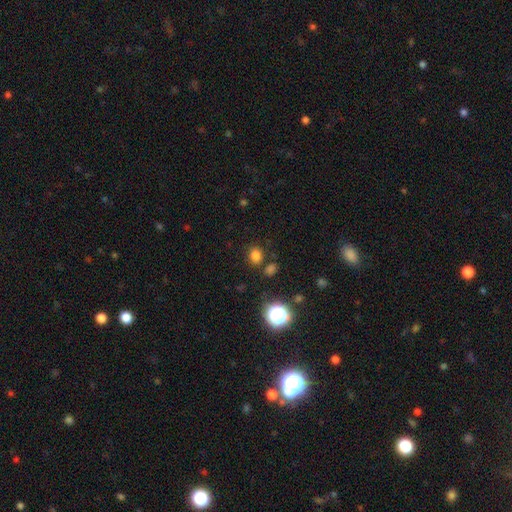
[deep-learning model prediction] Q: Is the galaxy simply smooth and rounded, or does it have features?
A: smooth — 77%.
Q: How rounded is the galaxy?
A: round — 69%.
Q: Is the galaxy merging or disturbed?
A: none — 80%.